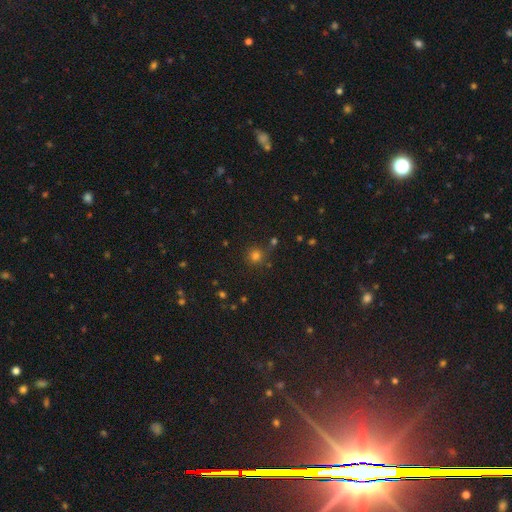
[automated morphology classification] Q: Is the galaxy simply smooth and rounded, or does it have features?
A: smooth — 76%.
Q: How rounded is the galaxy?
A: round — 92%.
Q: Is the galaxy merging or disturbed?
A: none — 79%.